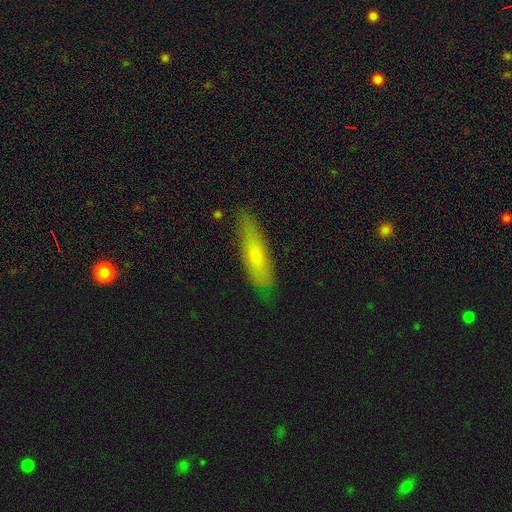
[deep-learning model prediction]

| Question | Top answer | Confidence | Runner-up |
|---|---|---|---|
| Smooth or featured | smooth | 64% | featured or disk (28%) |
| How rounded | cigar-shaped | 68% | in between (30%) |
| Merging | none | 78% | minor disturbance (17%) |